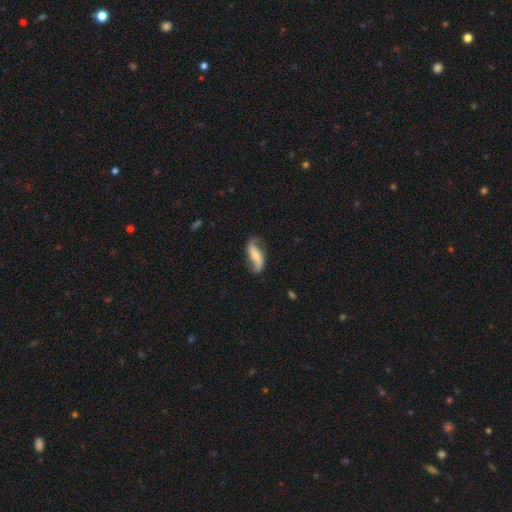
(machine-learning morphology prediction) smooth-or-featured: featured or disk: 73% | smooth: 21% | star or artifact: 6%
  disk-edge-on: no: 91% | yes: 9%
    bar: no: 43% | weak: 29% | strong: 28%
    has-spiral-arms: yes: 93% | no: 7%
      spiral-winding: loose: 81% | medium: 13% | tight: 5%
      spiral-arm-count: 2: 90% | 1: 4% | can't tell: 3% | 3: 1% | 4: 1% | more than 4: 1%
    bulge-size: small: 50% | moderate: 31% | none: 12% | large: 5% | dominant: 2%
  merging: none: 70% | minor disturbance: 20% | major disturbance: 8% | merger: 2%